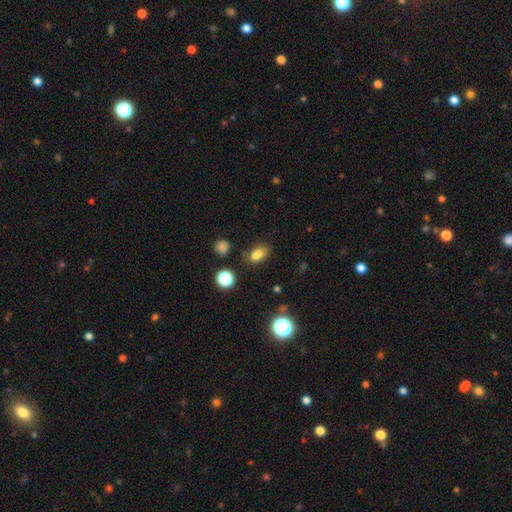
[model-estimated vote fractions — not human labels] smooth 78%, star or artifact 14%, featured or disk 8%. Down the decision tree: how rounded — in between (81%); merging — none (69%).